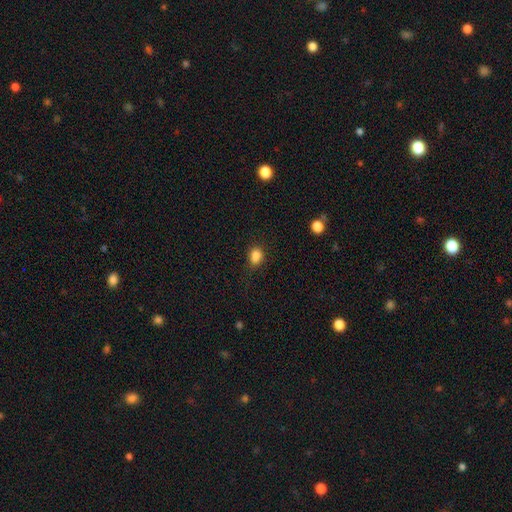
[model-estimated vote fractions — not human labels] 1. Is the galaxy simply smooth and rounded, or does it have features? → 83% smooth, 12% star or artifact, 5% featured or disk.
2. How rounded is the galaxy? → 63% in between, 35% round, 2% cigar-shaped.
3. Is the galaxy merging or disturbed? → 66% none, 22% minor disturbance, 6% major disturbance, 6% merger.